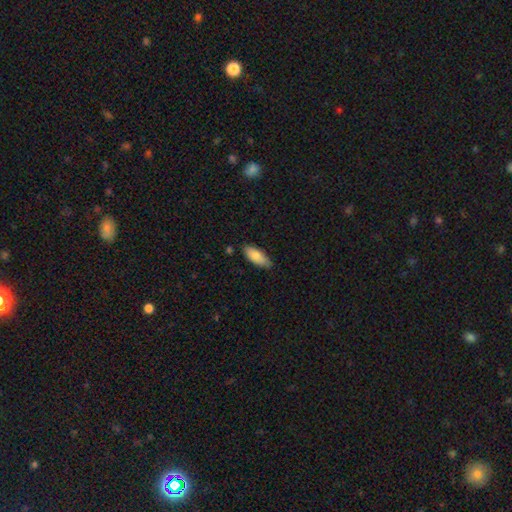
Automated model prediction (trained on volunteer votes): Overall: smooth (86%). How rounded: in between (80%). Merging: none (77%).